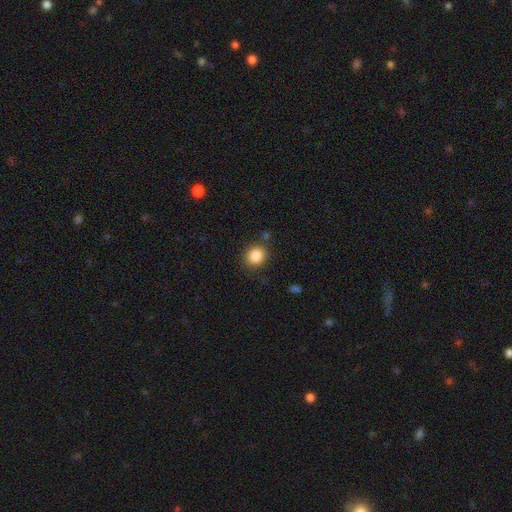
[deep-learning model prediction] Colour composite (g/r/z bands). It shows a smooth galaxy with no disk features (87%) that is round (78%). Merging: none (84%).